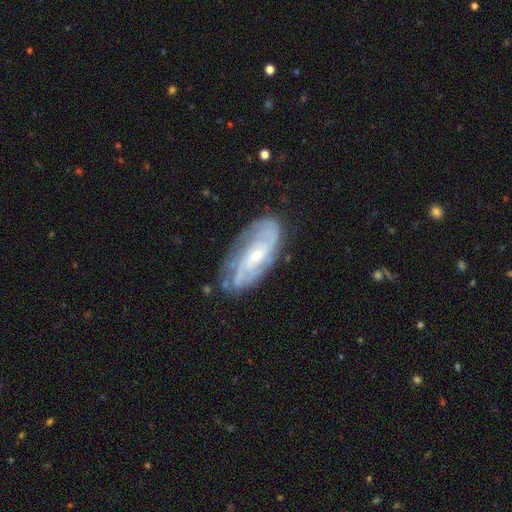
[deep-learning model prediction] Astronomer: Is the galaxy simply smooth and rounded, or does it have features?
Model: featured or disk — 80%.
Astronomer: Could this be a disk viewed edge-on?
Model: no — 92%.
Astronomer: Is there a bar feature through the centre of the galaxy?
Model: no — 60%.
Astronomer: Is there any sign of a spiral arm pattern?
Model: yes — 92%.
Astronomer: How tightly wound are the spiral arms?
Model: tight — 56% (runner-up: medium, 33%).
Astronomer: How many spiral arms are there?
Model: can't tell — 36% (runner-up: 2, 33%).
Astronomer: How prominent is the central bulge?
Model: small — 65%.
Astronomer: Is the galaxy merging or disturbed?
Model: none — 73%.